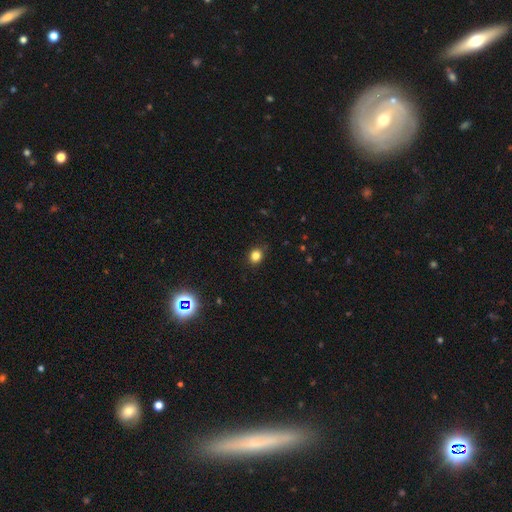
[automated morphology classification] The model was most divided on "how rounded": round: 72%, in between: 28%, cigar-shaped: 1%. More confident: merging — none (88%); smooth or featured — smooth (82%).